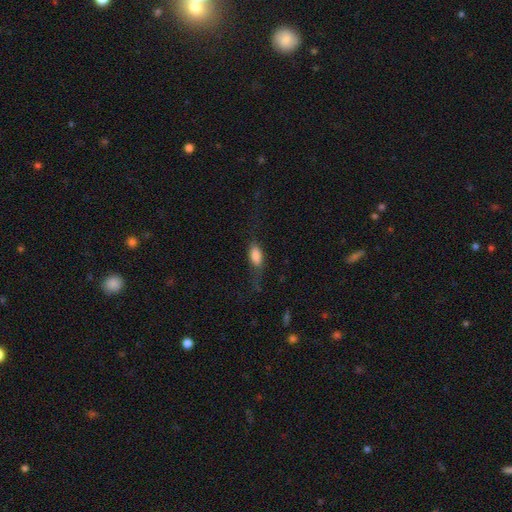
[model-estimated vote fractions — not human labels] Smooth or featured? Predicted: smooth (p=0.77). How rounded? Predicted: in between (p=0.80). Merging? Predicted: none (p=0.47).